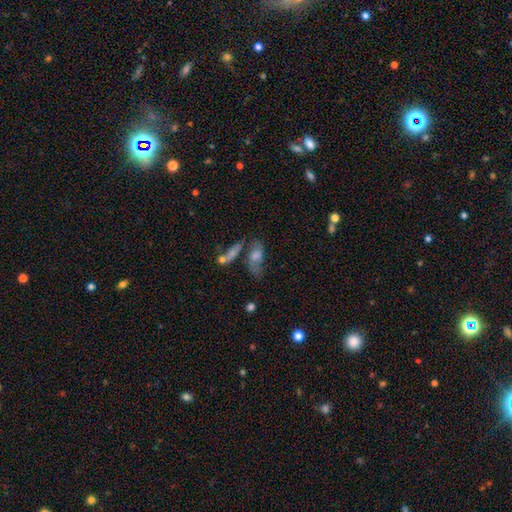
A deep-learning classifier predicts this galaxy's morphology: Smooth or featured? smooth (57%)
How rounded? in between (74%)
Merging? none (35%)